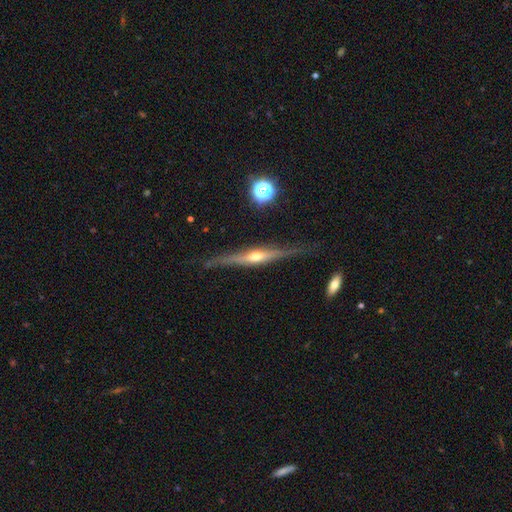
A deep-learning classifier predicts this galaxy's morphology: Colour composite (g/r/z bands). It shows a featured or disk galaxy (77%) viewed edge-on (96%) with a rounded central bulge (85%). Merging: none (81%).